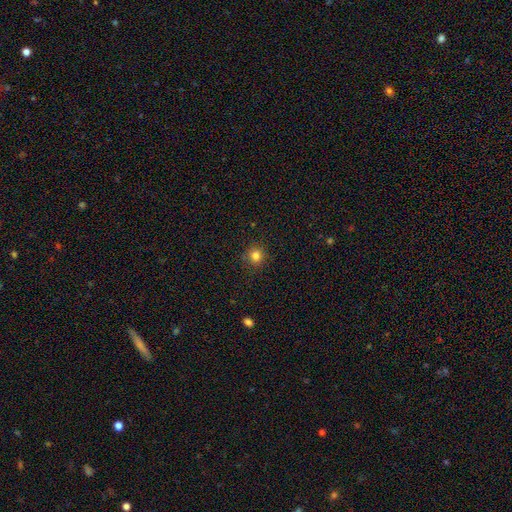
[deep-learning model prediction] Smooth or featured? Predicted: smooth (p=0.82). How rounded? Predicted: round (p=0.92). Merging? Predicted: none (p=0.89).